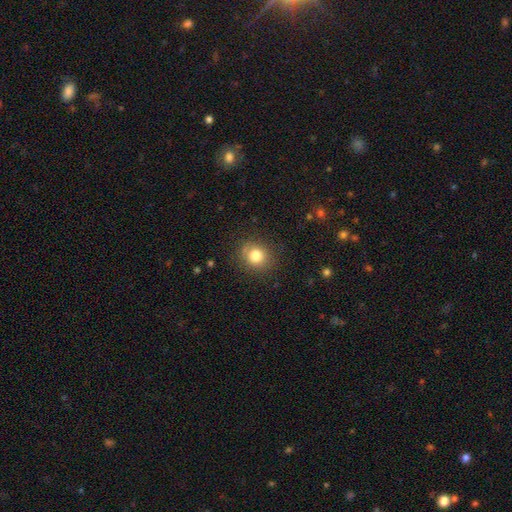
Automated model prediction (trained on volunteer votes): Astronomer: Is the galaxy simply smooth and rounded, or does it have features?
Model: smooth — 81%.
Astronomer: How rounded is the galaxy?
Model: round — 82%.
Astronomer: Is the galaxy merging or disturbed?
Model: none — 84%.